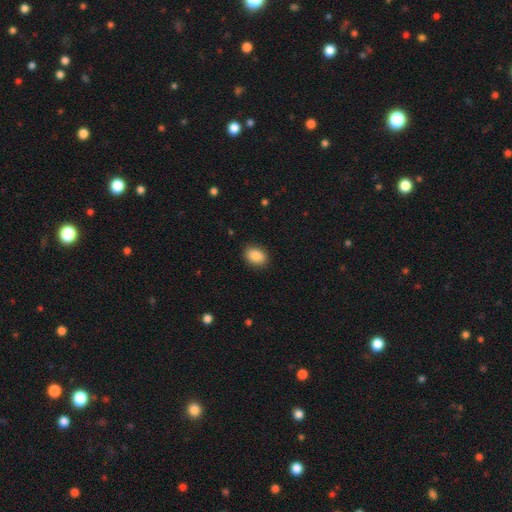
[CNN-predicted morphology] type=smooth (87%); roundness=in between (73%); merging=none (88%).